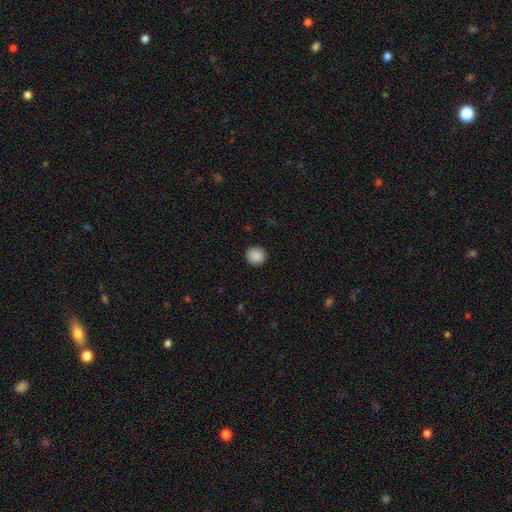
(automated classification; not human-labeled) A smooth galaxy with no disk features (89%) that is round (90%).

Vote fractions:
- Smooth or featured? smooth: 89% / star or artifact: 8% / featured or disk: 2%
- How rounded? round: 90% / in between: 9% / cigar-shaped: 1%
- Merging? none: 92% / minor disturbance: 5% / major disturbance: 2% / merger: 1%